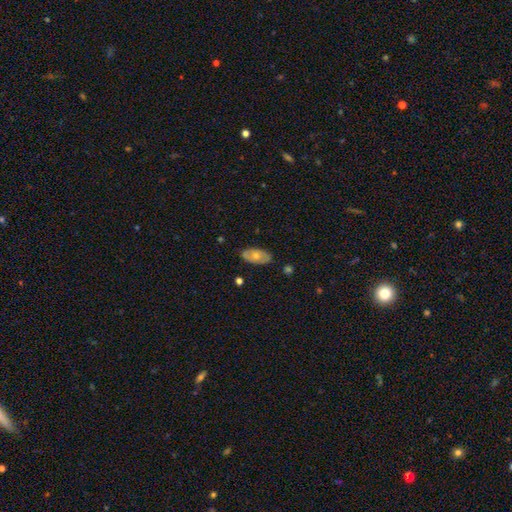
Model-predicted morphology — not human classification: Smooth or featured? Predicted: smooth (p=0.51). How rounded? Predicted: in between (p=0.92). Merging? Predicted: none (p=0.81).